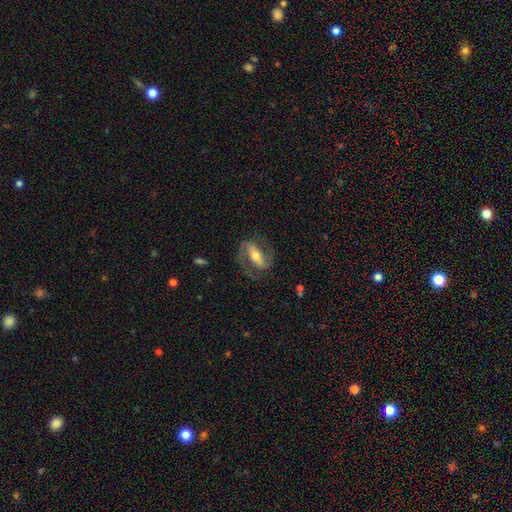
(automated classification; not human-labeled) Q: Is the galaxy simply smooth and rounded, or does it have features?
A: featured or disk — 82%.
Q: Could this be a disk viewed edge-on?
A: no — 94%.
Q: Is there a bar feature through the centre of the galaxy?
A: strong — 59%.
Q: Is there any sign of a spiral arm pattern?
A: yes — 92%.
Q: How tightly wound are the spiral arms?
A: medium — 52%.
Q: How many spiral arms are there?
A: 2 — 90%.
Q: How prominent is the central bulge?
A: moderate — 64%.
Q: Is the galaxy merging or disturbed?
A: none — 76%.